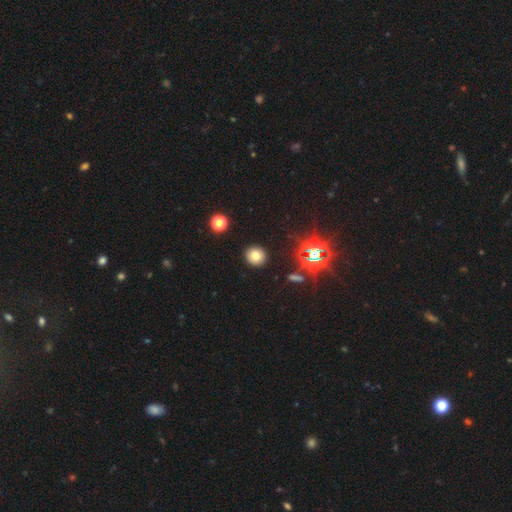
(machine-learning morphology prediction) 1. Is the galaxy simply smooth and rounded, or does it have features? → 73% smooth, 18% star or artifact, 10% featured or disk.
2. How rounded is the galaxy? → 90% round, 9% in between, 1% cigar-shaped.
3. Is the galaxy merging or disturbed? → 91% none, 6% minor disturbance, 2% major disturbance, 2% merger.